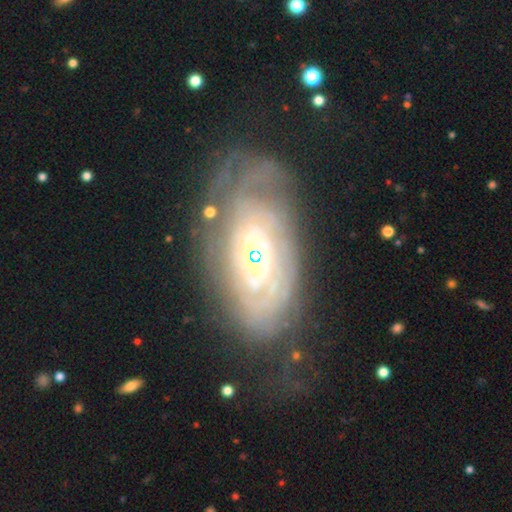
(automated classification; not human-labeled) This is clearly a featured or disk galaxy (80%). It is clearly not viewed edge-on (93%). Bar: likely no (65%). Spiral arm pattern: clearly yes (91%). Spiral arm count: possibly can't tell (51%). Spiral winding: likely tight (77%). Central bulge: possibly small (57%). Merging: likely none (64%).